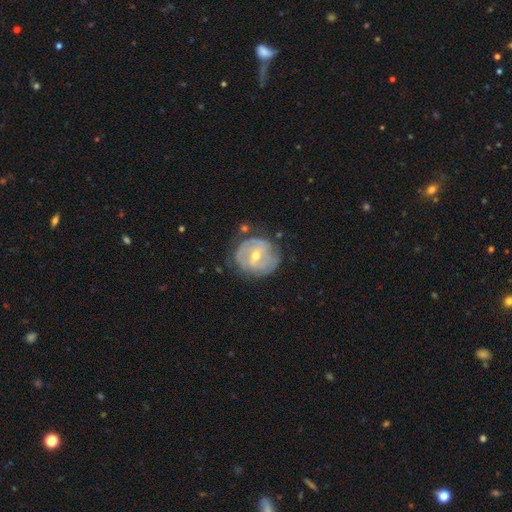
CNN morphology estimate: type=featured or disk (79%); edge-on=no (97%); bar=weak (48%); spiral arms=yes (84%); winding=tight (67%); arm count=can't tell (38%); bulge=moderate (55%); merging=none (70%).